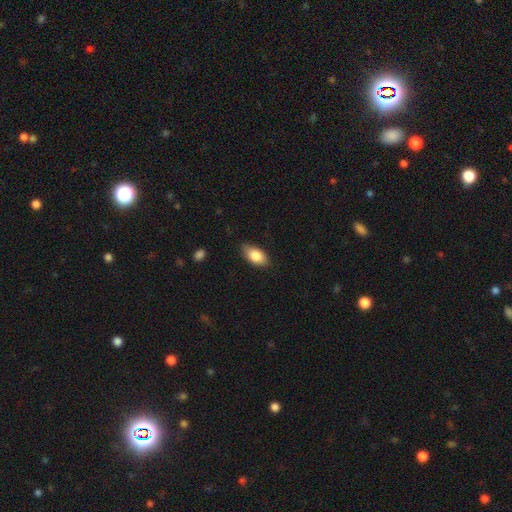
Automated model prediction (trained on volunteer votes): Smooth or featured?
  - smooth: 84% *
  - featured or disk: 9%
  - star or artifact: 7%
How rounded?
  - in between: 92% *
  - cigar-shaped: 4%
  - round: 4%
Merging?
  - none: 81% *
  - minor disturbance: 15%
  - major disturbance: 3%
  - merger: 1%